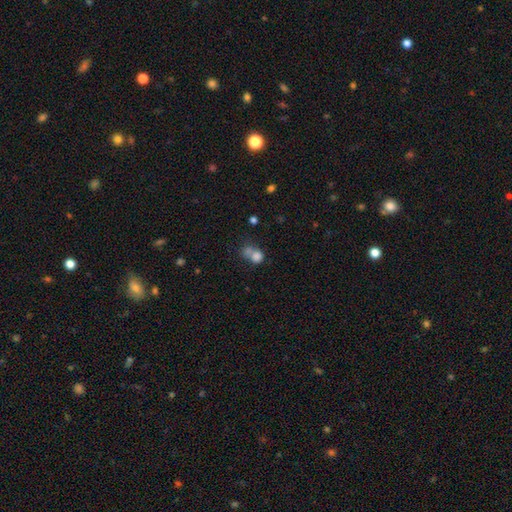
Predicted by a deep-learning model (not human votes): A smooth galaxy with no disk features (77%) that is round (63%). Merging: merger (50%).